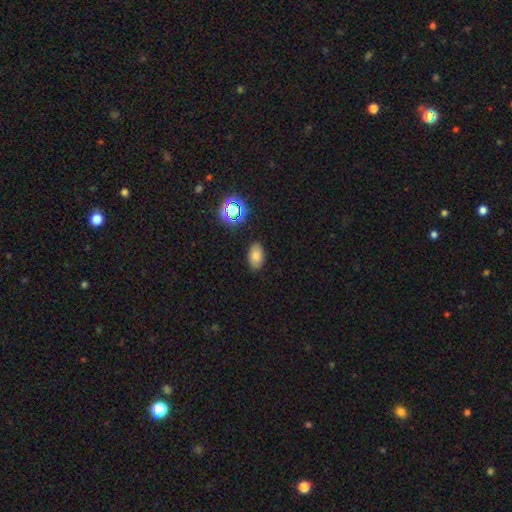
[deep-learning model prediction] smooth_or_featured: smooth (p=0.77) [alt: star or artifact p=0.14]
how_rounded: in between (p=0.90) [alt: round p=0.09]
merging: none (p=0.86) [alt: minor disturbance p=0.10]